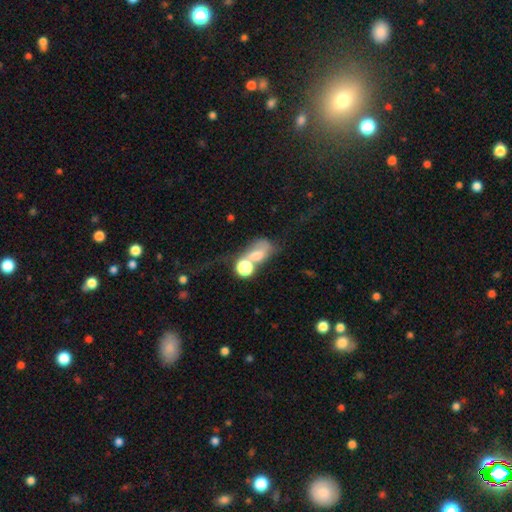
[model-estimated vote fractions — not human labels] This is possibly a smooth galaxy (54%). How rounded: likely in between (60%). Merging: possibly merger (47%).